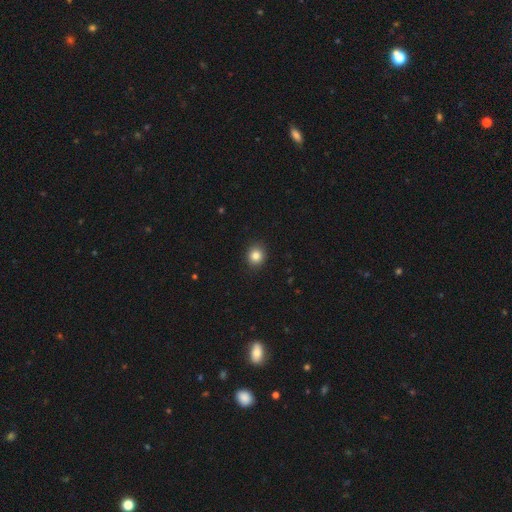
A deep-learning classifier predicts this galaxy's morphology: Smooth or featured: smooth — 83% (star or artifact — 11%)
How rounded: round — 85% (in between — 14%)
Merging: none — 91% (minor disturbance — 6%)